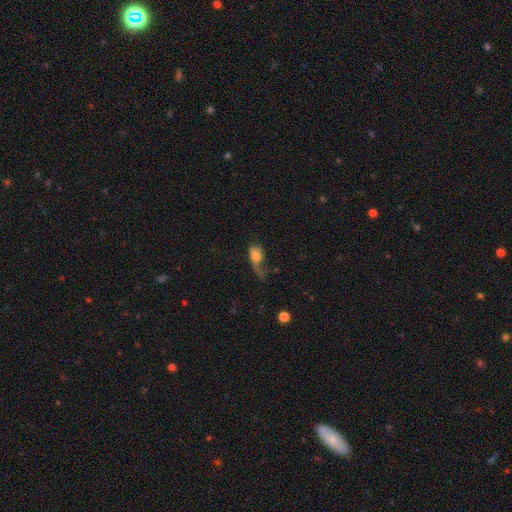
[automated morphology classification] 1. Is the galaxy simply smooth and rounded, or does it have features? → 58% smooth, 33% featured or disk, 9% star or artifact.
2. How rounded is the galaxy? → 75% in between, 20% round, 5% cigar-shaped.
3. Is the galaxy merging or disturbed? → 56% major disturbance, 20% none, 19% minor disturbance, 6% merger.